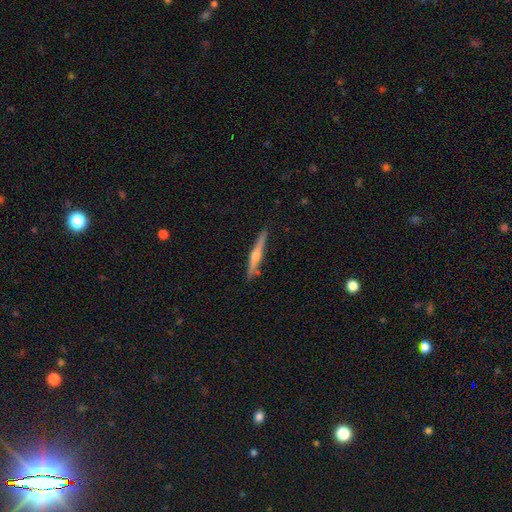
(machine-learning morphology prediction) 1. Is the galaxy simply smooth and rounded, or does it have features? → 70% featured or disk, 24% smooth, 6% star or artifact.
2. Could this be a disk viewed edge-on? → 98% yes, 2% no.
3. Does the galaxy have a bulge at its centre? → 88% rounded, 8% none, 4% boxy.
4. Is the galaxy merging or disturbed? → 88% none, 9% minor disturbance, 2% merger, 2% major disturbance.